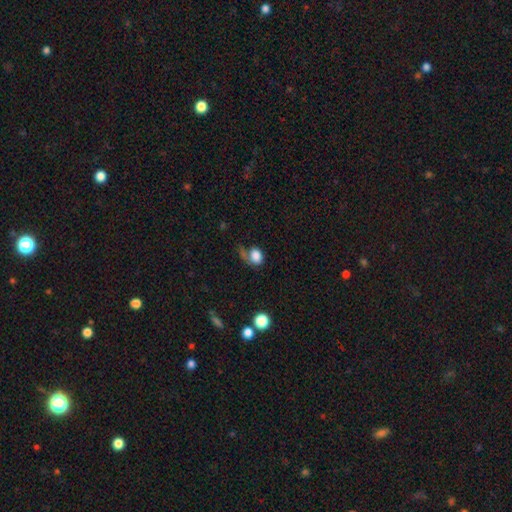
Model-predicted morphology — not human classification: Smooth or featured: smooth — 78% (featured or disk — 13%)
How rounded: in between — 60% (round — 38%)
Merging: major disturbance — 34% (none — 33%)